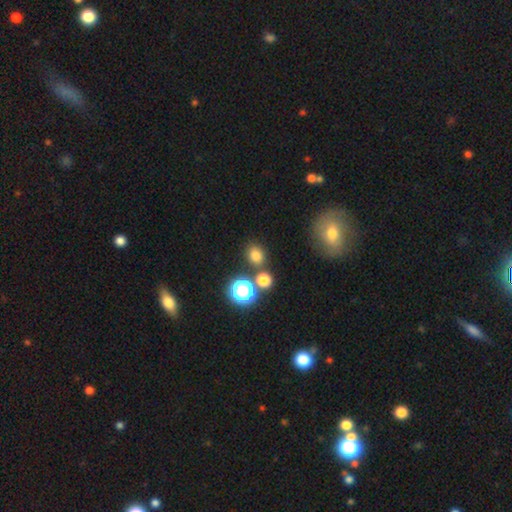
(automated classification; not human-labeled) Smooth or featured? smooth (76%)
How rounded? round (67%)
Merging? none (75%)